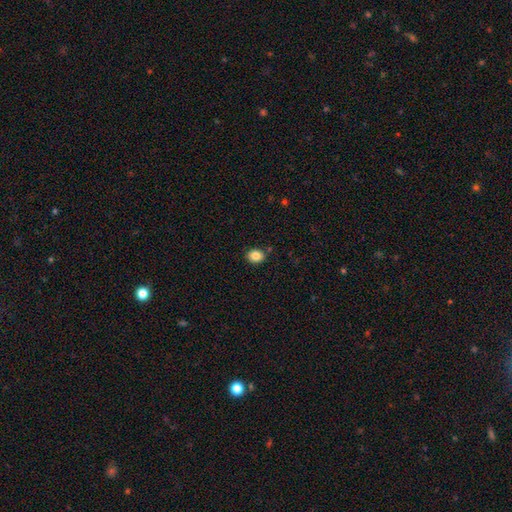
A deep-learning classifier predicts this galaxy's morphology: Smooth or featured? Predicted: smooth (p=0.85). How rounded? Predicted: round (p=0.53). Merging? Predicted: none (p=0.85).